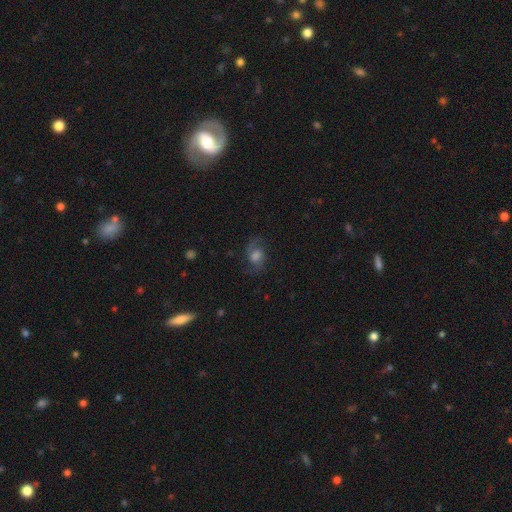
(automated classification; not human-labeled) A featured or disk galaxy (71%) with no bar (49%), 2 (90%) medium (46%) spiral arms (93%) and a moderate central bulge (38%).

Vote fractions:
- Smooth or featured? featured or disk: 71% / smooth: 18% / star or artifact: 11%
- Edge-on disk? no: 96% / yes: 4%
- Bar? no: 49% / weak: 43% / strong: 9%
- Spiral arms? yes: 93% / no: 7%
- Spiral winding? medium: 46% / loose: 44% / tight: 11%
- Spiral arm count? 2: 90% / can't tell: 4% / 1: 2% / 3: 1% / 4: 1% / more than 4: 1%
- Bulge size? moderate: 38% / large: 32% / small: 15% / none: 10% / dominant: 4%
- Merging? none: 75% / minor disturbance: 15% / major disturbance: 9% / merger: 1%